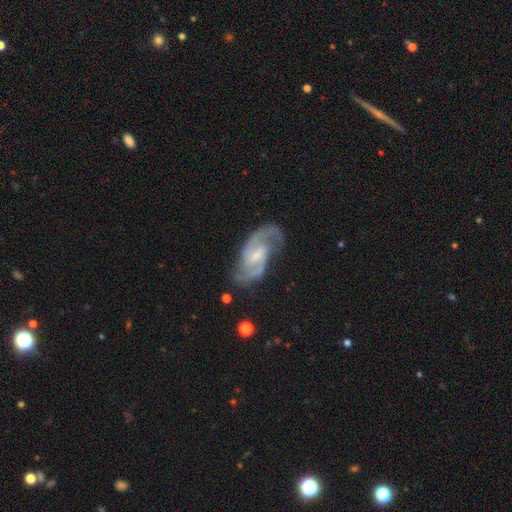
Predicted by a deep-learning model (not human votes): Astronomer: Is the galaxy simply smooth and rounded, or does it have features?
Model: featured or disk — 91%.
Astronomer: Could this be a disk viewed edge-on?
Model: no — 97%.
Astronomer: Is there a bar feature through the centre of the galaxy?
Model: weak — 58%.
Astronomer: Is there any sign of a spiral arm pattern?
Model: yes — 98%.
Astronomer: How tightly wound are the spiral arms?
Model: medium — 61%.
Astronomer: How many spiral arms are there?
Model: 2 — 91%.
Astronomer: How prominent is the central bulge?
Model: small — 51% (runner-up: moderate, 29%).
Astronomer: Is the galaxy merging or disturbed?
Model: none — 77%.